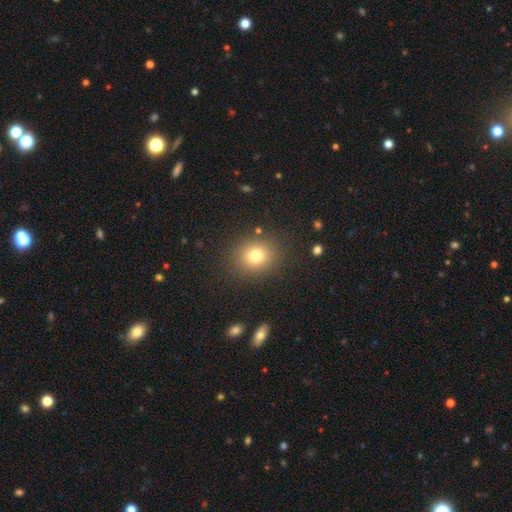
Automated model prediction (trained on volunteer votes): The model was most divided on "how rounded": round: 77%, in between: 22%, cigar-shaped: 1%. More confident: merging — none (86%); smooth or featured — smooth (77%).